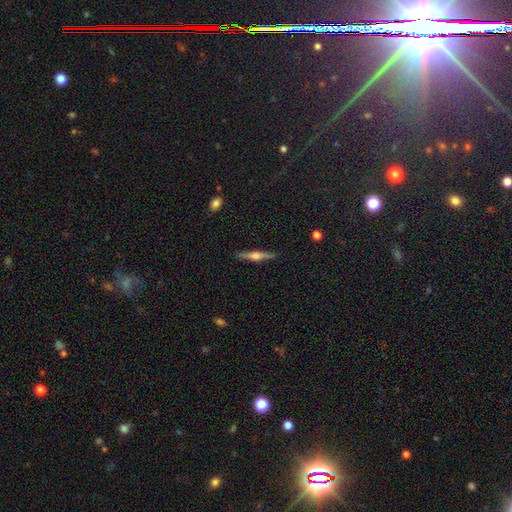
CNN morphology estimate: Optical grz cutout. It shows a featured or disk galaxy (70%) viewed edge-on (98%) with a rounded central bulge (85%). Merging: none (89%).